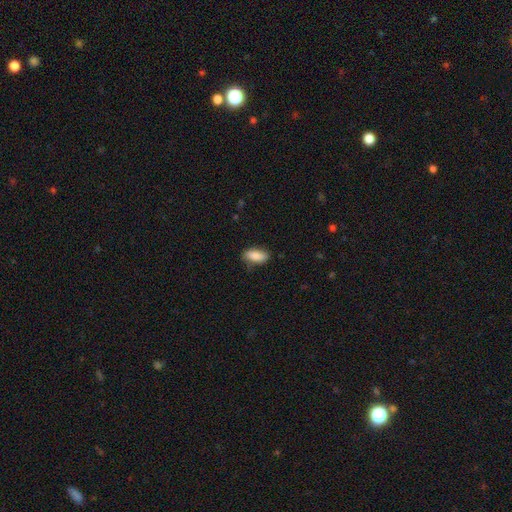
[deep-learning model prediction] A smooth galaxy with no disk features (87%) that is in between round and cigar-shaped (88%).

Vote fractions:
- Smooth or featured? smooth: 87% / star or artifact: 7% / featured or disk: 7%
- How rounded? in between: 88% / cigar-shaped: 9% / round: 3%
- Merging? none: 76% / minor disturbance: 19% / major disturbance: 4% / merger: 1%